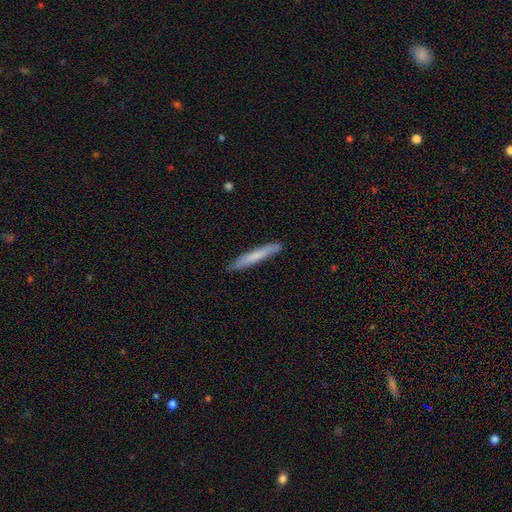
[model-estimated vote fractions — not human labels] Smooth or featured: smooth — 69% (featured or disk — 26%)
How rounded: cigar-shaped — 95% (in between — 3%)
Merging: none — 85% (minor disturbance — 12%)